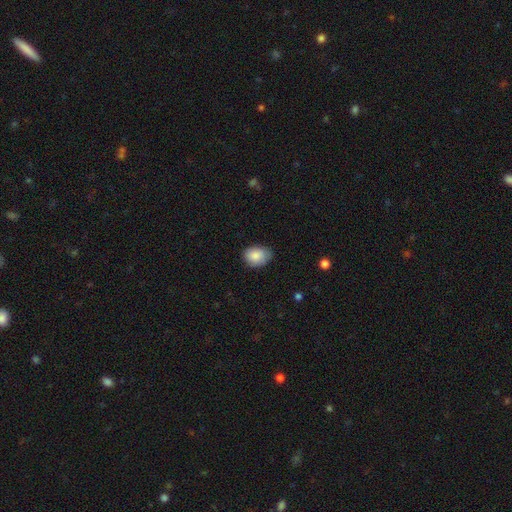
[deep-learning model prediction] Q: Smooth or featured?
A: smooth (87%); runner-up: star or artifact (7%)
Q: How rounded?
A: in between (69%); runner-up: round (30%)
Q: Merging?
A: none (71%); runner-up: minor disturbance (24%)